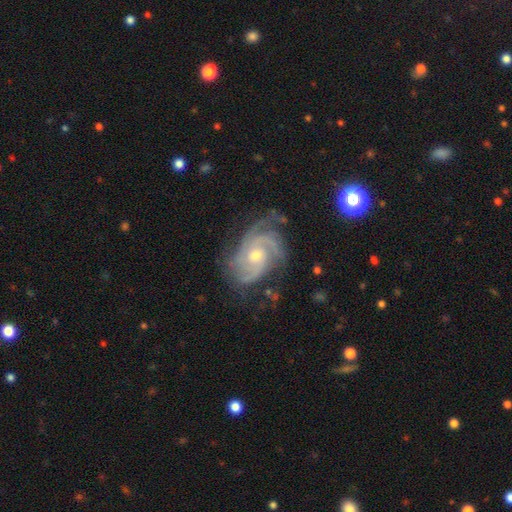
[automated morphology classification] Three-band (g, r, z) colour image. It shows a featured or disk galaxy (91%) with no bar (73%), 3 (45%) tight (58%) spiral arms (98%) and a moderate central bulge (51%). Merging: none (66%).